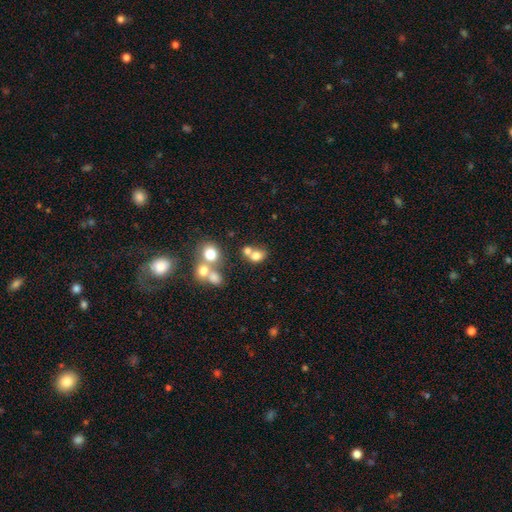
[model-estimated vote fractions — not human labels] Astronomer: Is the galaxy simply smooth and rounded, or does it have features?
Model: smooth — 72%.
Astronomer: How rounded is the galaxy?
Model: round — 55% (runner-up: in between, 43%).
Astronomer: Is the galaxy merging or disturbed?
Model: merger — 44% (runner-up: none, 41%).